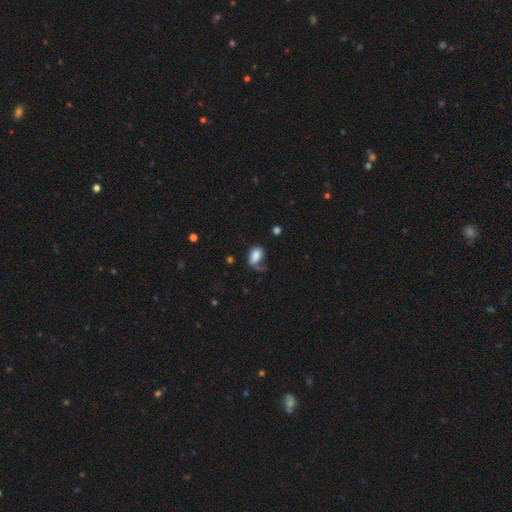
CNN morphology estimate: This appears to be a smooth galaxy with no disk features (76%) that is in between round and cigar-shaped (86%). Merging: none (38%).